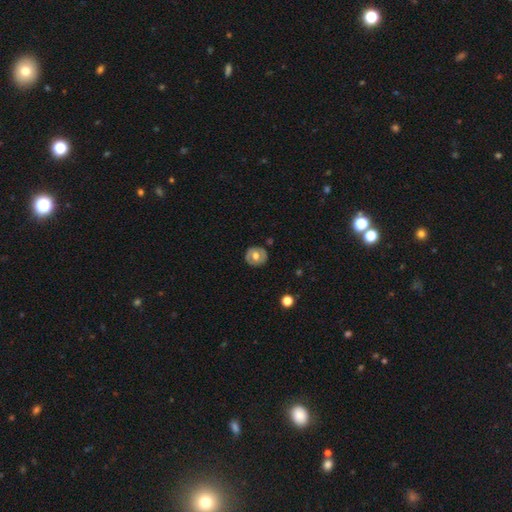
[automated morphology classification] smooth 53%, featured or disk 41%, star or artifact 7%. Down the decision tree: how rounded — round (87%); merging — none (86%).